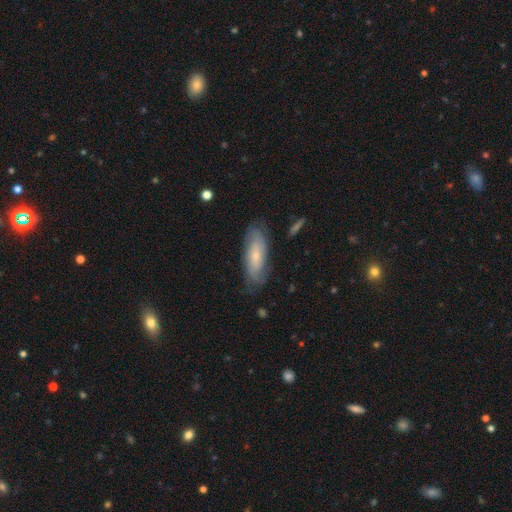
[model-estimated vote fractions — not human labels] The model was most divided on "smooth or featured": smooth: 52%, featured or disk: 42%, star or artifact: 7%. More confident: merging — none (75%); how rounded — in between (63%).